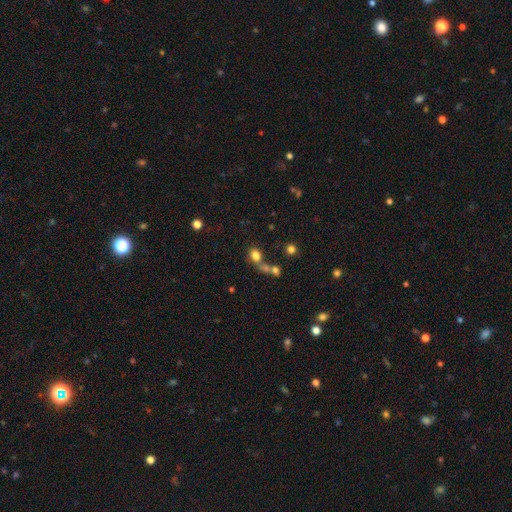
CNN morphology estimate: type=smooth (76%); roundness=in between (57%); merging=none (40%, tied with merger).